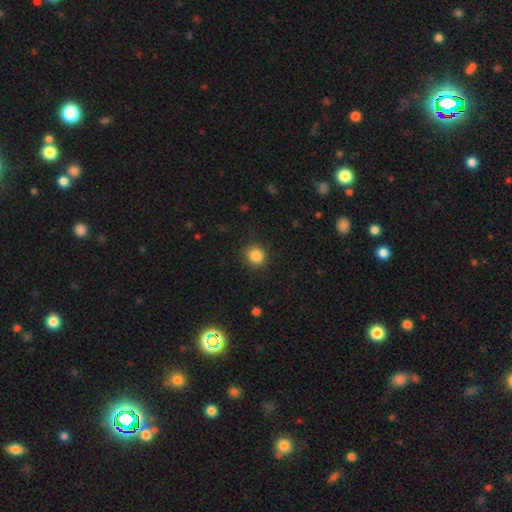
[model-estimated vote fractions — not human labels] Q: Smooth or featured?
A: smooth (85%); runner-up: star or artifact (11%)
Q: How rounded?
A: round (90%); runner-up: in between (9%)
Q: Merging?
A: none (91%); runner-up: minor disturbance (6%)